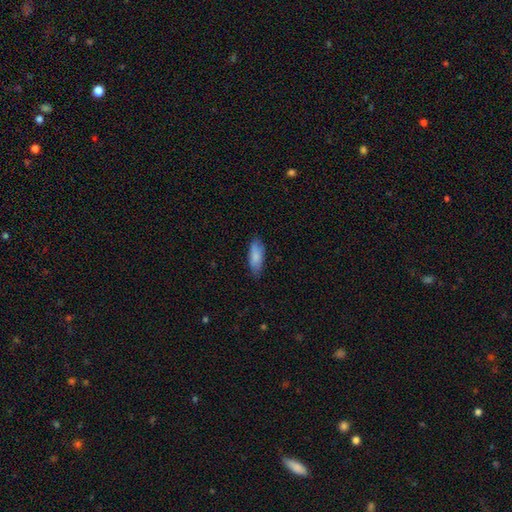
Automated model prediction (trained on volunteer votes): Smooth or featured? Predicted: smooth (p=0.83). How rounded? Predicted: in between (p=0.71). Merging? Predicted: none (p=0.78).